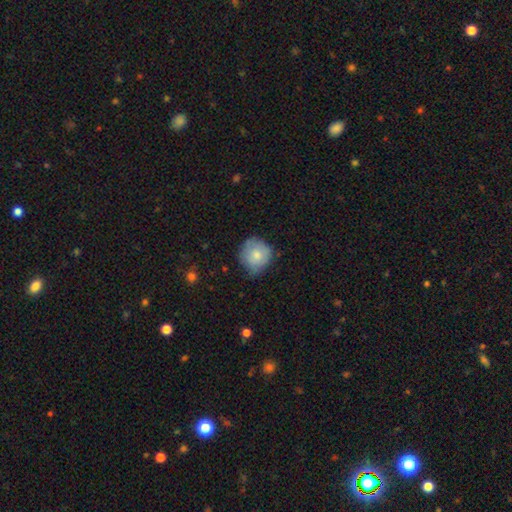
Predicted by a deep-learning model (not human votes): A smooth galaxy with no disk features (75%) that is round (89%). Merging: none (59%).